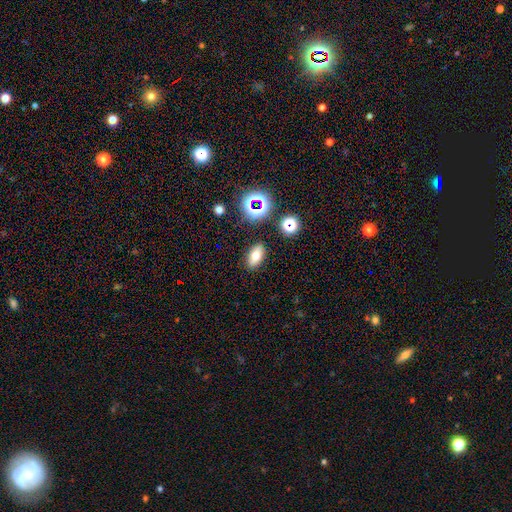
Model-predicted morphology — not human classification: A smooth galaxy with no disk features (71%) that is in between round and cigar-shaped (84%). Merging: none (87%).